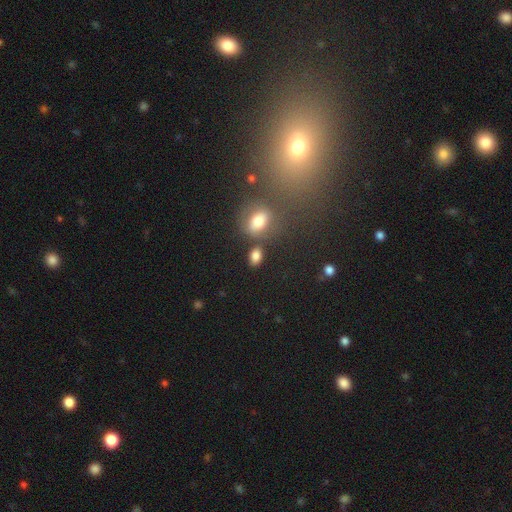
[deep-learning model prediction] The model was most divided on "merging": none: 71%, merger: 12%, minor disturbance: 12%, major disturbance: 4%. More confident: smooth or featured — smooth (82%); how rounded — in between (82%).